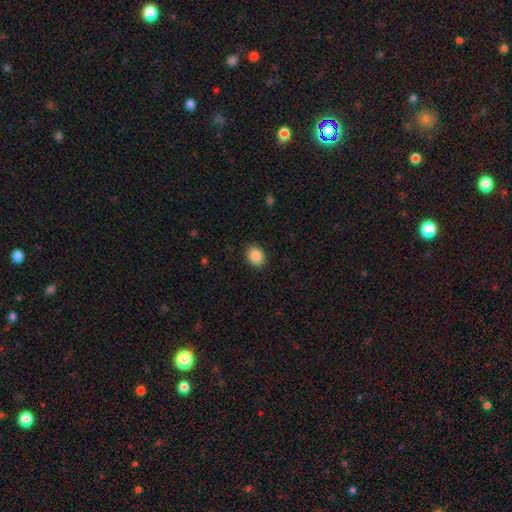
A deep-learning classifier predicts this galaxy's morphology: smooth 89%, star or artifact 8%, featured or disk 3%. Down the decision tree: how rounded — in between (58%); merging — none (89%).